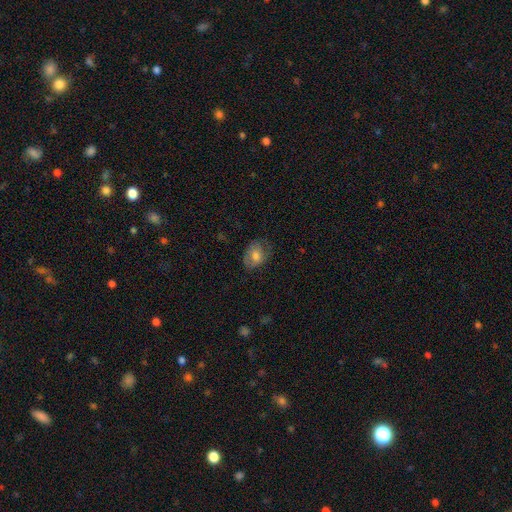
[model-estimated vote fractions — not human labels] Overall: smooth (66%). How rounded: in between (66%; round 33%). Merging: none (64%; minor disturbance 25%).